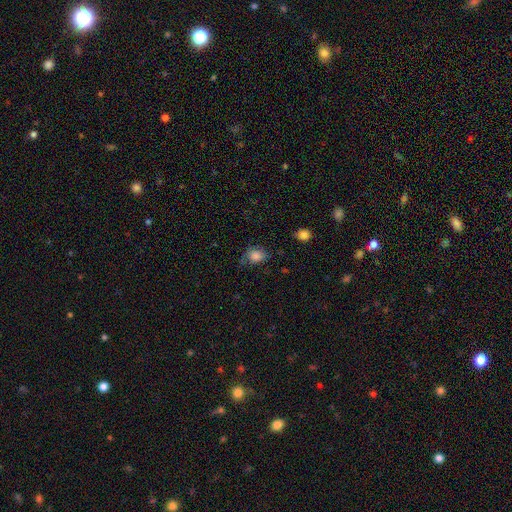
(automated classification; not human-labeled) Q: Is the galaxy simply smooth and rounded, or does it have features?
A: smooth — 82%.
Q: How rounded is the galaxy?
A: in between — 55%.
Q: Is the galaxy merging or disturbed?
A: none — 61%.